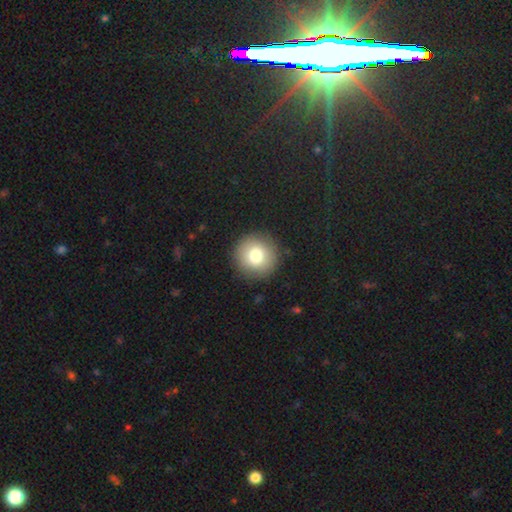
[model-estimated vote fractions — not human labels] A smooth galaxy with no disk features (80%) that is round (95%). Merging: none (91%).